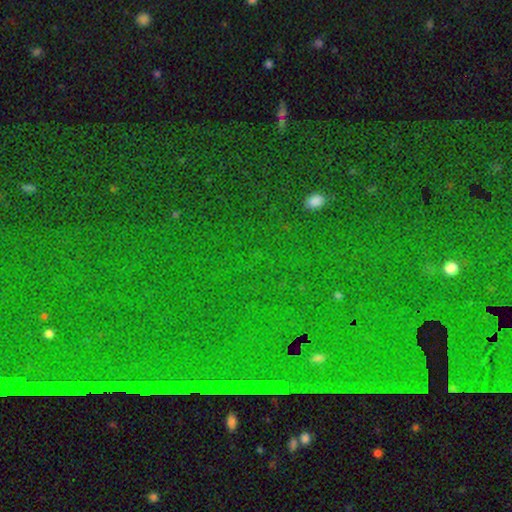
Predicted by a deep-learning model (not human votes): Q: Smooth or featured?
A: star or artifact (84%); runner-up: smooth (9%)